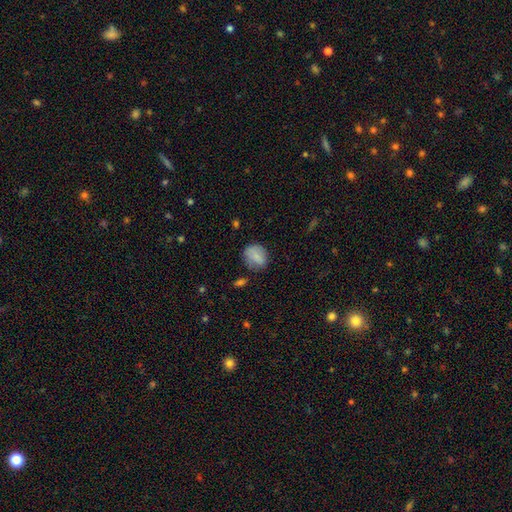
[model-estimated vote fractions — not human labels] Morphology: type=smooth (78%); roundness=round (58%); merging=none (68%).